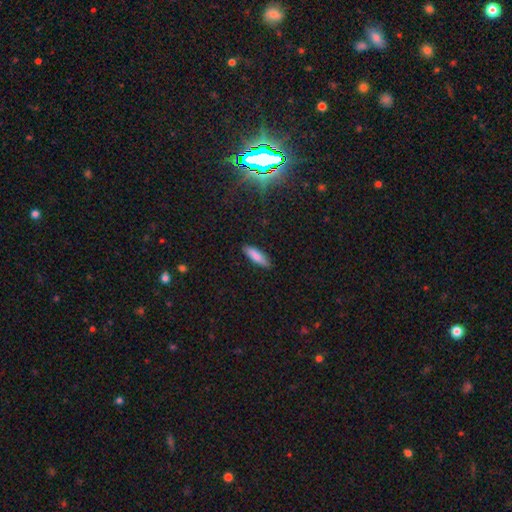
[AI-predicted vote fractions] Smooth or featured: smooth — 83% (featured or disk — 9%)
How rounded: cigar-shaped — 60% (in between — 38%)
Merging: none — 88% (minor disturbance — 9%)